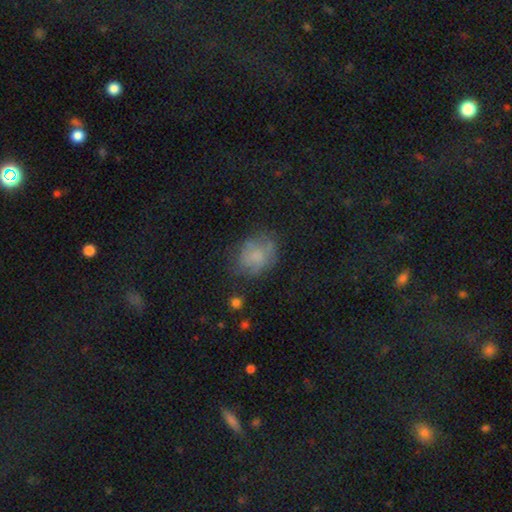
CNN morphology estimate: Smooth or featured?
  - smooth: 57% *
  - featured or disk: 31%
  - star or artifact: 12%
How rounded?
  - round: 49% * (tied)
  - in between: 49% * (tied)
  - cigar-shaped: 1%
Merging?
  - none: 56% *
  - minor disturbance: 26%
  - major disturbance: 15%
  - merger: 3%